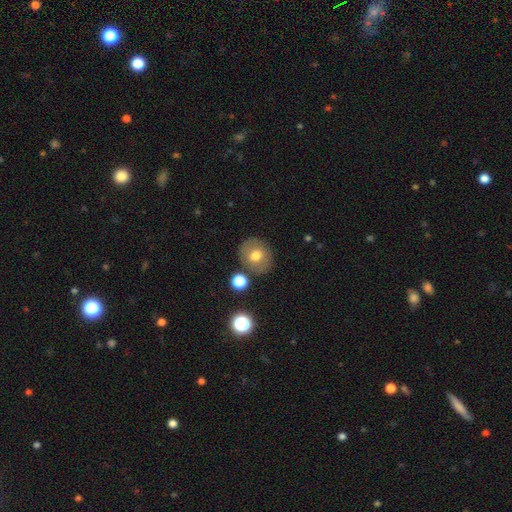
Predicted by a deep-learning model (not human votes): A smooth galaxy with no disk features (68%) that is round (72%).

Vote fractions:
- Smooth or featured? smooth: 68% / featured or disk: 22% / star or artifact: 10%
- How rounded? round: 72% / in between: 27% / cigar-shaped: 1%
- Merging? none: 80% / minor disturbance: 11% / merger: 5% / major disturbance: 4%